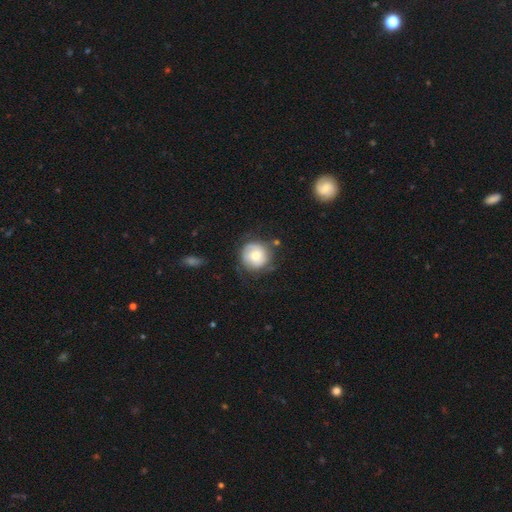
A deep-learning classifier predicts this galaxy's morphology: smooth_or_featured: smooth (p=0.58) [alt: featured or disk p=0.35]
how_rounded: round (p=0.91) [alt: in between p=0.08]
merging: none (p=0.63) [alt: minor disturbance p=0.24]